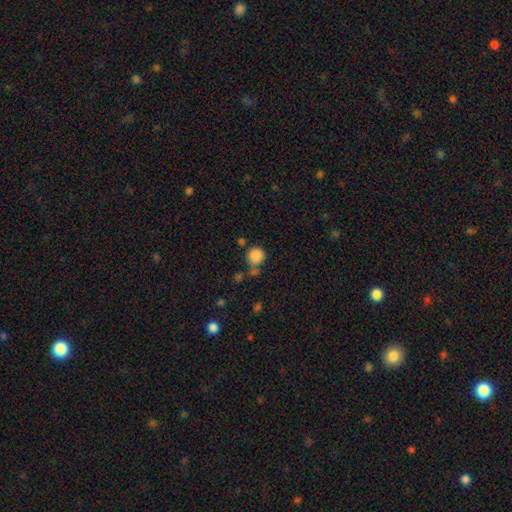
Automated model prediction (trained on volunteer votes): Q: Smooth or featured?
A: smooth (86%); runner-up: star or artifact (10%)
Q: How rounded?
A: round (91%); runner-up: in between (8%)
Q: Merging?
A: none (64%); runner-up: merger (17%)